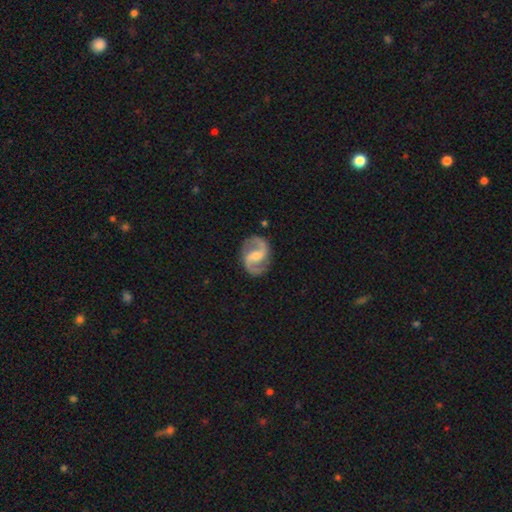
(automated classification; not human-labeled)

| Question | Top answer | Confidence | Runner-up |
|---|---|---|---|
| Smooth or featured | featured or disk | 91% | smooth (5%) |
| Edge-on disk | no | 98% | yes (2%) |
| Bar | weak | 50% | strong (28%) |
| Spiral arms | yes | 97% | no (3%) |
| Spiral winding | medium | 57% | loose (29%) |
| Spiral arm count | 2 | 94% | can't tell (2%) |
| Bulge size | moderate | 52% | small (36%) |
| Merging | none | 86% | minor disturbance (9%) |